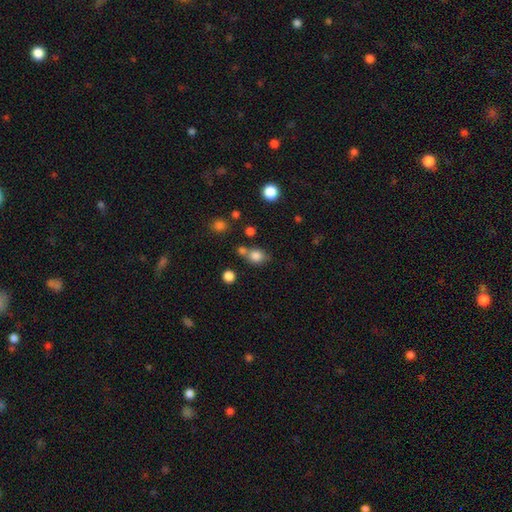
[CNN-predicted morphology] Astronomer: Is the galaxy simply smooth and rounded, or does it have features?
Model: smooth — 81%.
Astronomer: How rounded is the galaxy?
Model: round — 65%.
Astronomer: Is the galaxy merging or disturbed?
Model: none — 57%.